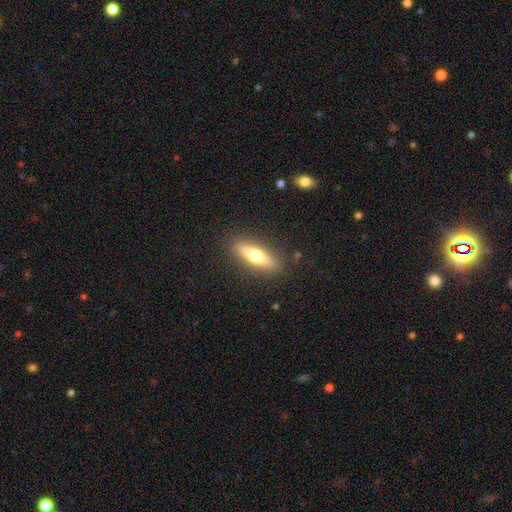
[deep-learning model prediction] Smooth or featured? smooth (52%)
How rounded? cigar-shaped (62%)
Merging? none (88%)